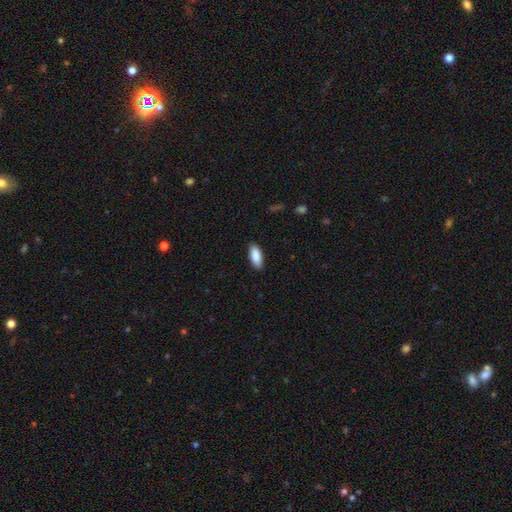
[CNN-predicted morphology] smooth-or-featured: smooth: 90% | star or artifact: 6% | featured or disk: 5%
  how-rounded: in between: 85% | cigar-shaped: 13% | round: 2%
  merging: none: 89% | minor disturbance: 8% | major disturbance: 2% | merger: 1%